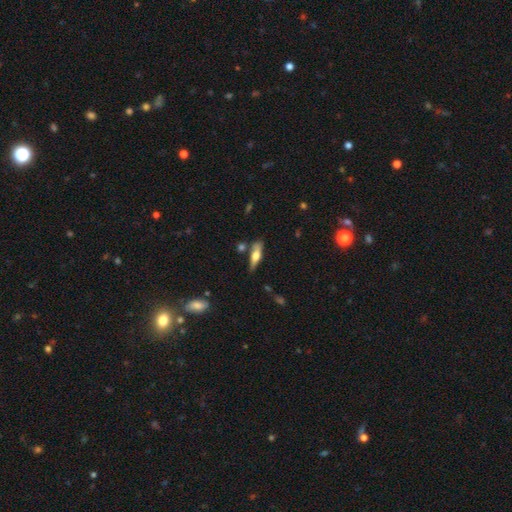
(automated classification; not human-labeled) smooth_or_featured: smooth (p=0.51) [alt: featured or disk p=0.43]
how_rounded: cigar-shaped (p=0.60) [alt: in between p=0.38]
merging: none (p=0.71) [alt: minor disturbance p=0.16]